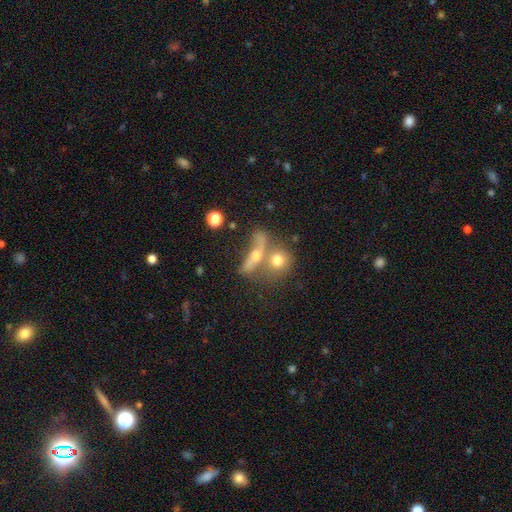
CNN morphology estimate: type=featured or disk (45%); merging=merger (42%).